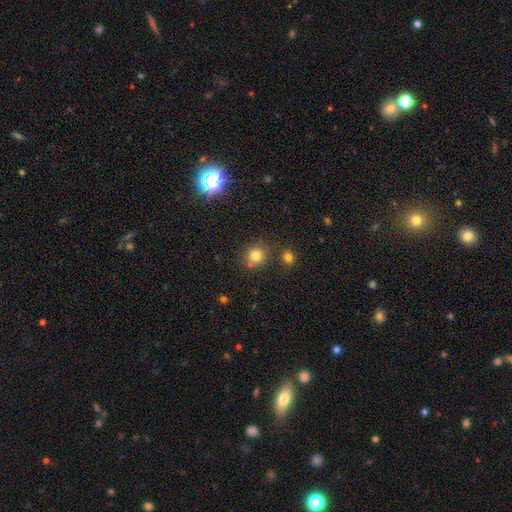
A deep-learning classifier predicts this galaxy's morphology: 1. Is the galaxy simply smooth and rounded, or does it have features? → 79% smooth, 14% star or artifact, 7% featured or disk.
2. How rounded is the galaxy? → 87% round, 12% in between, 1% cigar-shaped.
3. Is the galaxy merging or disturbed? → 73% none, 12% merger, 11% minor disturbance, 4% major disturbance.